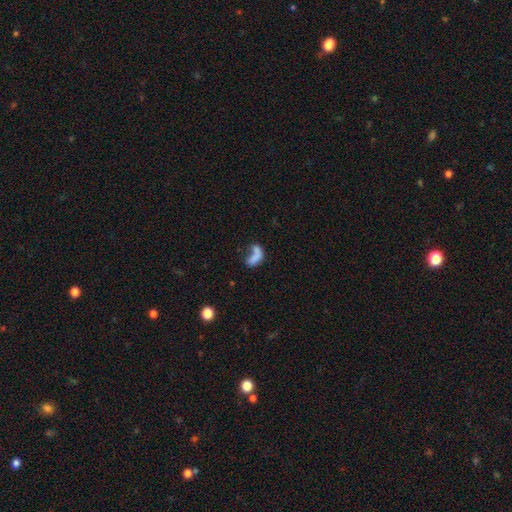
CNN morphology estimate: Overall: smooth (63%; featured or disk 24%). How rounded: in between (78%). Merging: merger (34%; major disturbance 27%).